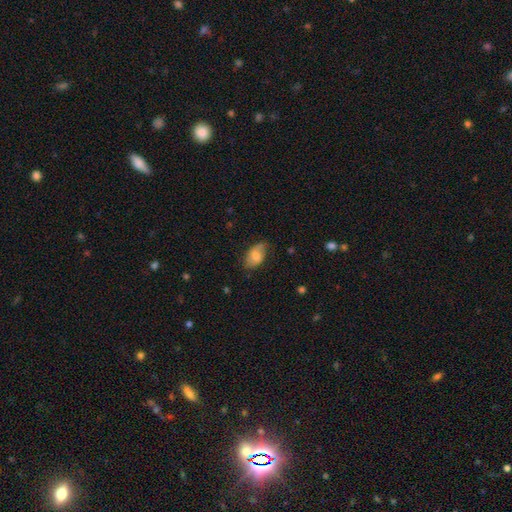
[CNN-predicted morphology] This is likely a smooth galaxy (67%). How rounded: clearly in between (91%). Merging: likely none (66%).